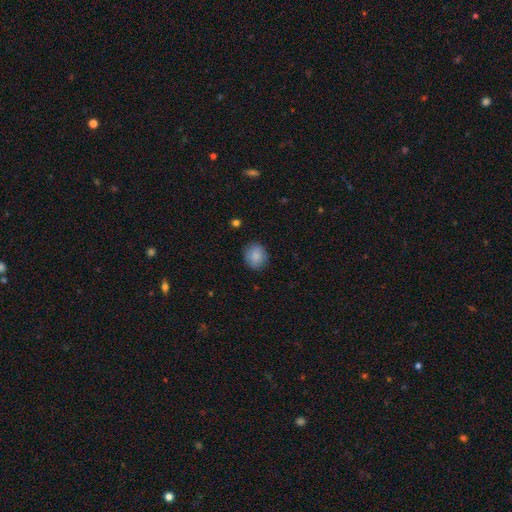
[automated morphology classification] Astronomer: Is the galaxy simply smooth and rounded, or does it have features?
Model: smooth — 83%.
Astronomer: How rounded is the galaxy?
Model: round — 75%.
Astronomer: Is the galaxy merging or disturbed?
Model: none — 86%.